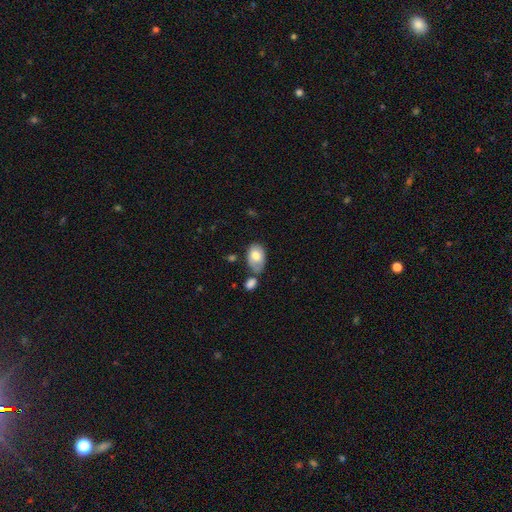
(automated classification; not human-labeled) This appears to be a smooth galaxy with no disk features (74%) that is in between round and cigar-shaped (90%). Merging: none (42%).